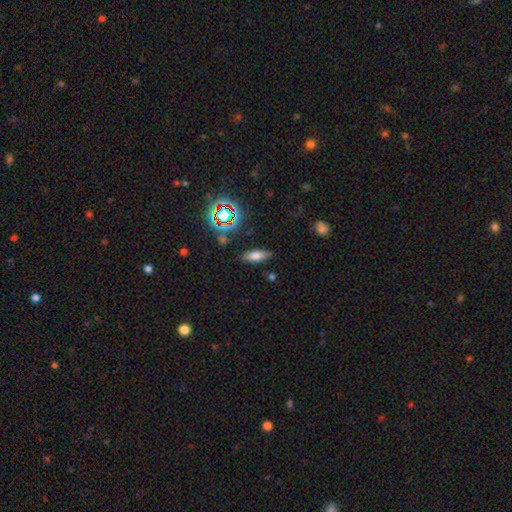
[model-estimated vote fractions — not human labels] Smooth or featured? Predicted: smooth (p=0.69). How rounded? Predicted: in between (p=0.67). Merging? Predicted: none (p=0.84).